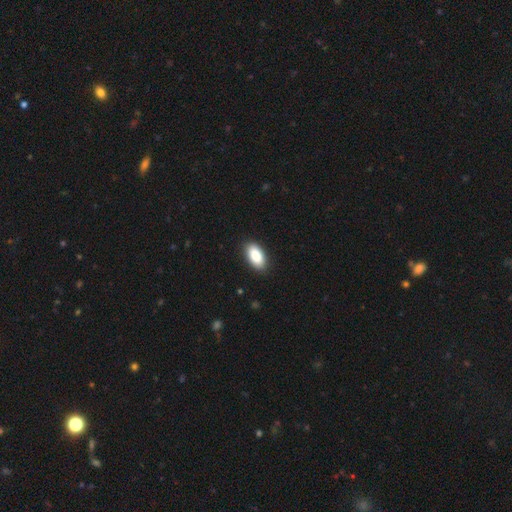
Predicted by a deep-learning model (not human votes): A smooth galaxy with no disk features (89%) that is in between round and cigar-shaped (94%). Merging: none (89%).